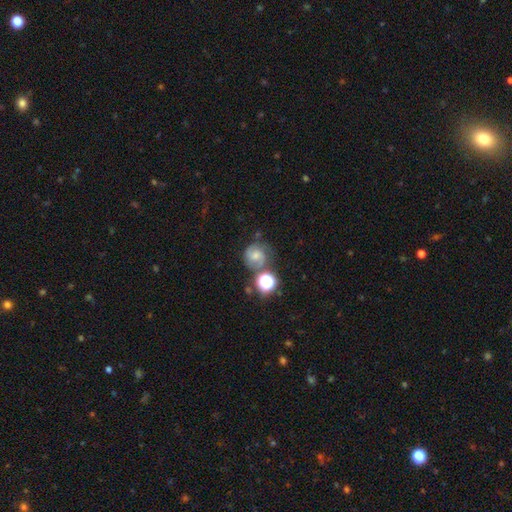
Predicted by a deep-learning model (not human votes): Overall: featured or disk (51%; smooth 34%). Edge-on disk: no (97%). Merging: none (55%; minor disturbance 20%).